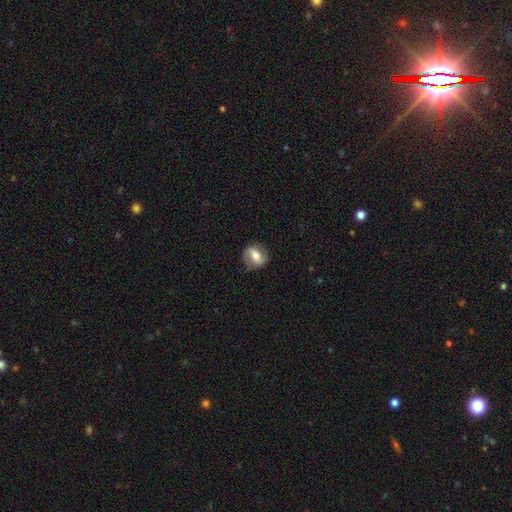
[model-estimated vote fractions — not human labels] Smooth or featured?
  - smooth: 48% *
  - featured or disk: 44%
  - star or artifact: 8%
Merging?
  - none: 80% *
  - minor disturbance: 15%
  - major disturbance: 5%
  - merger: 1%